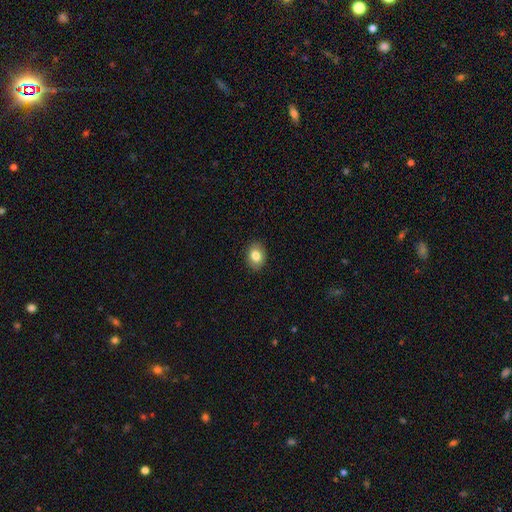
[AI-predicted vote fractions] Smooth or featured? smooth (82%)
How rounded? in between (66%)
Merging? none (89%)